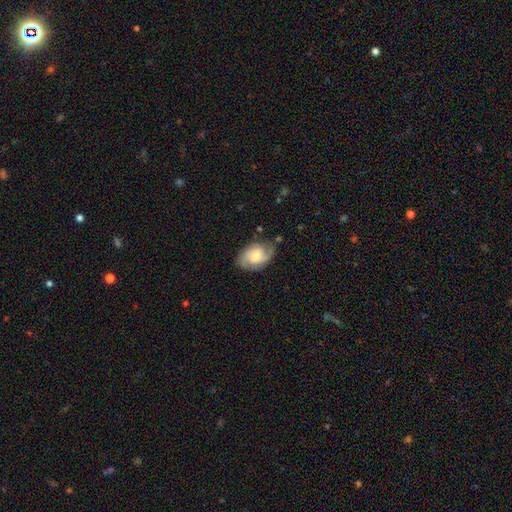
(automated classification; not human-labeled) This appears to be a featured or disk galaxy (65%) with no bar (56%), 2 (67%) medium (46%) spiral arms (92%) and a moderate central bulge (44%). Merging: none (72%).